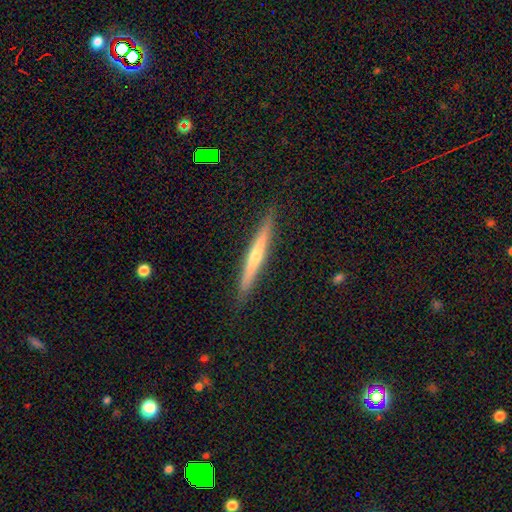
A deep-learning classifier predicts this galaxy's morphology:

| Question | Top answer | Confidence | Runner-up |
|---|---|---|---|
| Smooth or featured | featured or disk | 67% | smooth (27%) |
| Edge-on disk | yes | 97% | no (3%) |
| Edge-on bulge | rounded | 70% | none (26%) |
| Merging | none | 90% | minor disturbance (7%) |